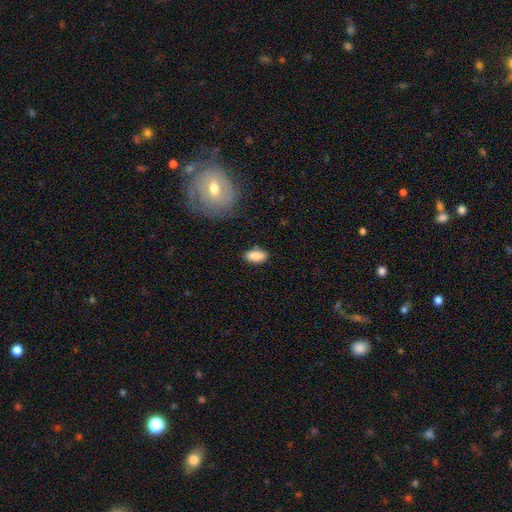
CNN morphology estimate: A smooth galaxy with no disk features (86%) that is in between round and cigar-shaped (92%).

Vote fractions:
- Smooth or featured? smooth: 86% / star or artifact: 7% / featured or disk: 7%
- How rounded? in between: 92% / cigar-shaped: 5% / round: 3%
- Merging? none: 84% / minor disturbance: 12% / major disturbance: 3% / merger: 2%